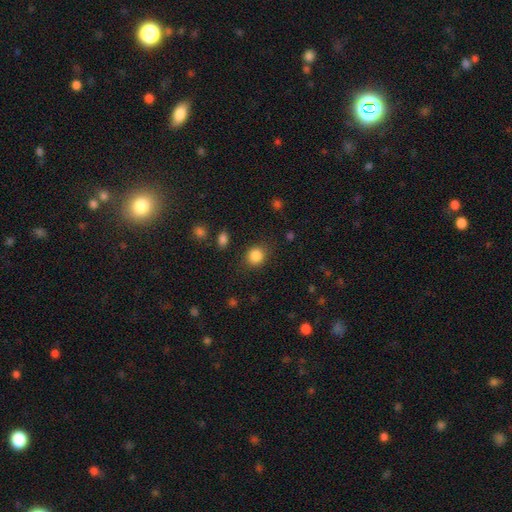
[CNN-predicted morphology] Smooth or featured?
  - smooth: 85% *
  - star or artifact: 10%
  - featured or disk: 4%
How rounded?
  - round: 77% *
  - in between: 22%
  - cigar-shaped: 1%
Merging?
  - none: 82% *
  - minor disturbance: 11%
  - major disturbance: 4%
  - merger: 2%